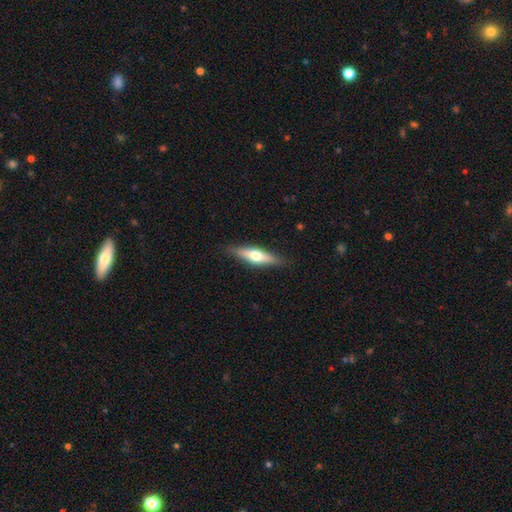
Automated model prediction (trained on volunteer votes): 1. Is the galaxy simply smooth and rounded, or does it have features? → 48% smooth, 46% featured or disk, 5% star or artifact.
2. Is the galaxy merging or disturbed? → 87% none, 10% minor disturbance, 2% major disturbance, 1% merger.